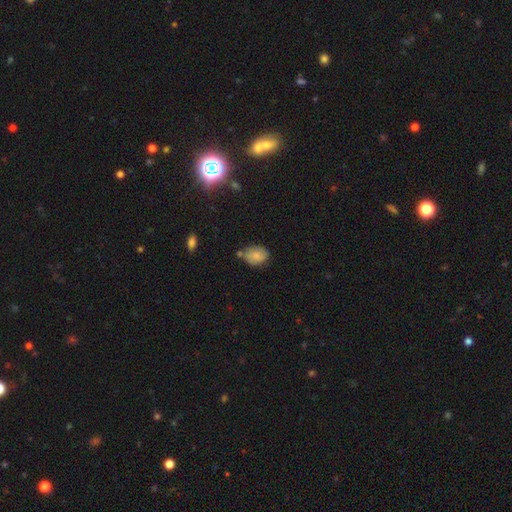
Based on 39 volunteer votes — Smooth or featured? smooth (85%)
How rounded? in between (91%)
Merging? none (51%)